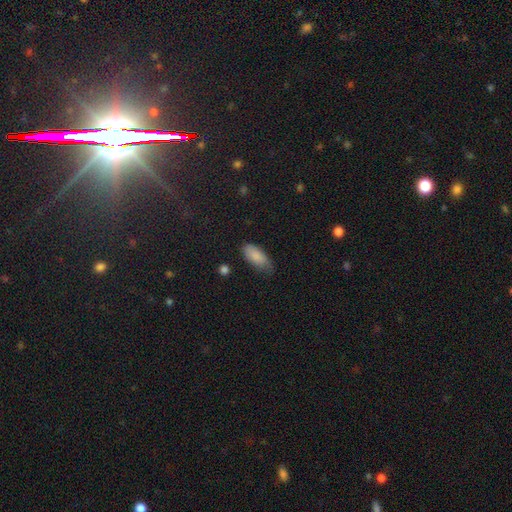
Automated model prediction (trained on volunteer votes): Q: Smooth or featured?
A: smooth (85%); runner-up: featured or disk (8%)
Q: How rounded?
A: in between (89%); runner-up: cigar-shaped (8%)
Q: Merging?
A: none (49%); runner-up: minor disturbance (40%)